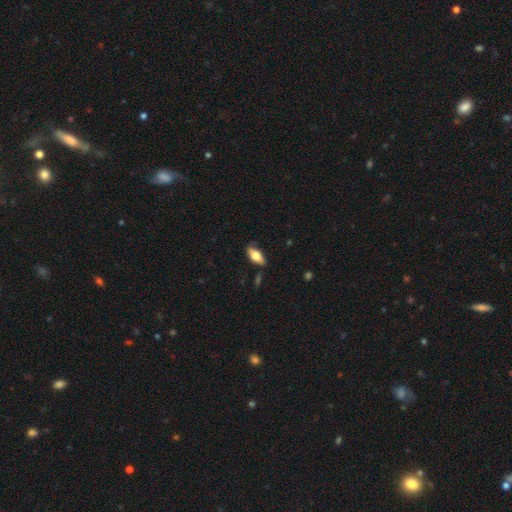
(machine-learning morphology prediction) A smooth galaxy with no disk features (61%) that is in between round and cigar-shaped (84%).

Vote fractions:
- Smooth or featured? smooth: 61% / featured or disk: 33% / star or artifact: 6%
- How rounded? in between: 84% / cigar-shaped: 13% / round: 3%
- Merging? none: 68% / minor disturbance: 24% / major disturbance: 6% / merger: 2%